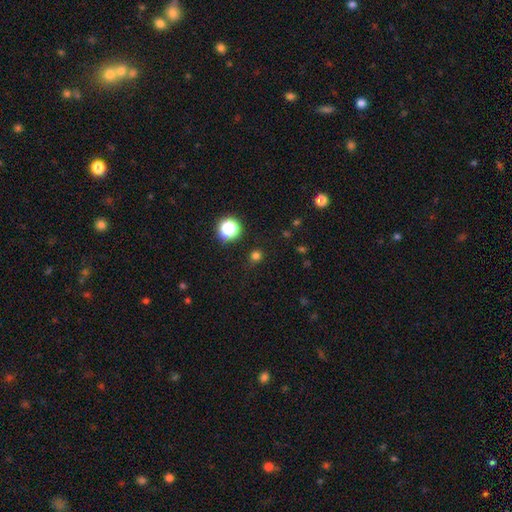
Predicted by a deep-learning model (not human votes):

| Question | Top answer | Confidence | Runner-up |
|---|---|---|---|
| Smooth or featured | smooth | 72% | star or artifact (24%) |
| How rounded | round | 88% | in between (11%) |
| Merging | none | 84% | minor disturbance (10%) |